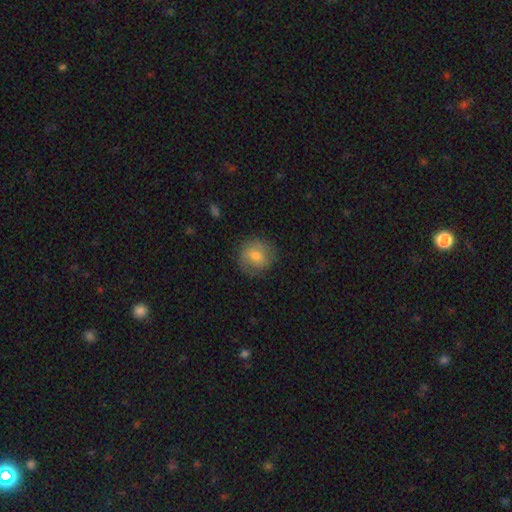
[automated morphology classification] Smooth or featured: smooth — 60% (featured or disk — 32%)
How rounded: round — 84% (in between — 15%)
Merging: none — 79% (minor disturbance — 14%)